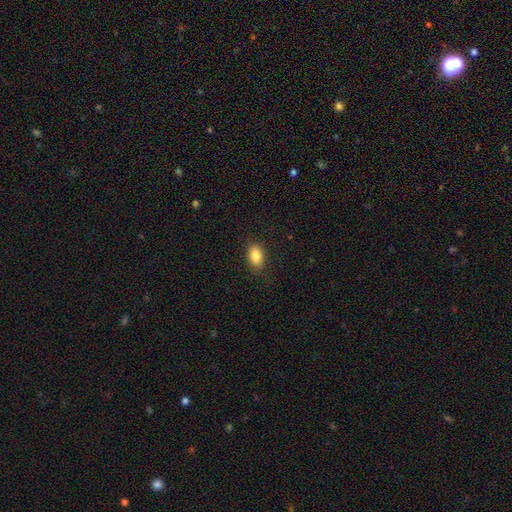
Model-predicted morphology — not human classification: A smooth galaxy with no disk features (86%) that is in between round and cigar-shaped (88%).

Vote fractions:
- Smooth or featured? smooth: 86% / star or artifact: 8% / featured or disk: 7%
- How rounded? in between: 88% / round: 10% / cigar-shaped: 2%
- Merging? none: 87% / minor disturbance: 10% / major disturbance: 2% / merger: 1%